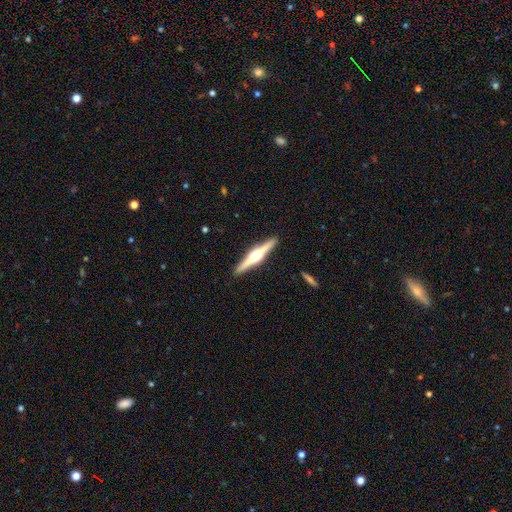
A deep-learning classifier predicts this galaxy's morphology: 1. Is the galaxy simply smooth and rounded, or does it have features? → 79% featured or disk, 17% smooth, 4% star or artifact.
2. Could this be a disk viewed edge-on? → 98% yes, 2% no.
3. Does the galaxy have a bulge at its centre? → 94% rounded, 4% boxy, 2% none.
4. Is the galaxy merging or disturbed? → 92% none, 6% minor disturbance, 1% major disturbance, 1% merger.